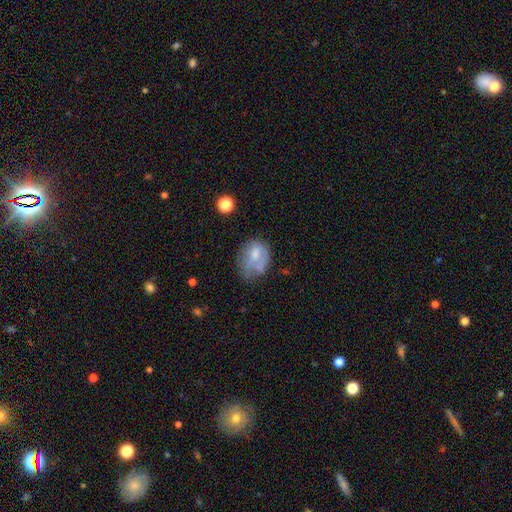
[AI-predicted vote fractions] A smooth galaxy with no disk features (53%) that is in between round and cigar-shaped (60%).

Vote fractions:
- Smooth or featured? smooth: 53% / featured or disk: 38% / star or artifact: 10%
- How rounded? in between: 60% / round: 39% / cigar-shaped: 1%
- Merging? none: 36% / minor disturbance: 33% / major disturbance: 27% / merger: 4%